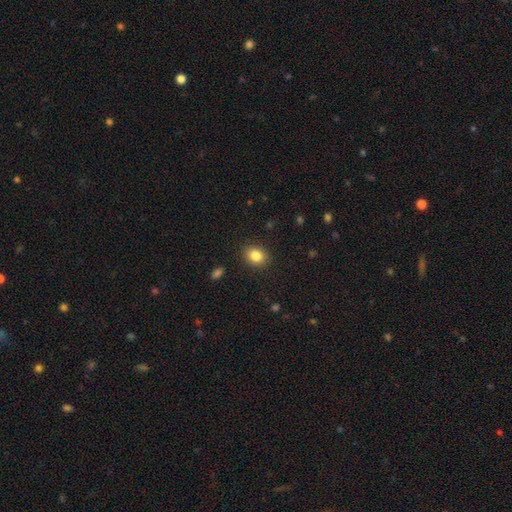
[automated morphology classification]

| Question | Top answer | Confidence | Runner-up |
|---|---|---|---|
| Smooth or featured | smooth | 85% | star or artifact (9%) |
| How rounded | in between | 53% | round (46%) |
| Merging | none | 89% | minor disturbance (8%) |